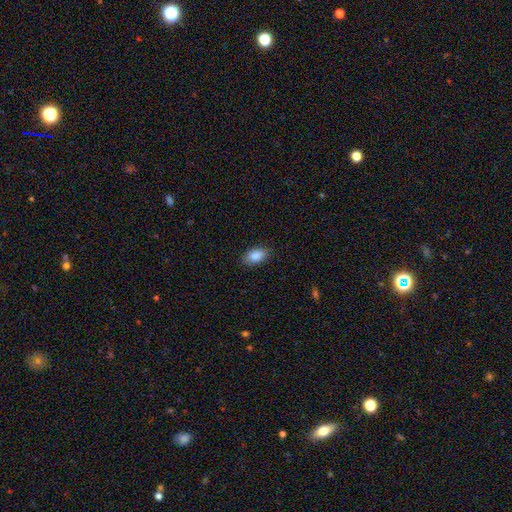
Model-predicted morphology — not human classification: Smooth or featured? Predicted: smooth (p=0.87). How rounded? Predicted: in between (p=0.92). Merging? Predicted: none (p=0.85).